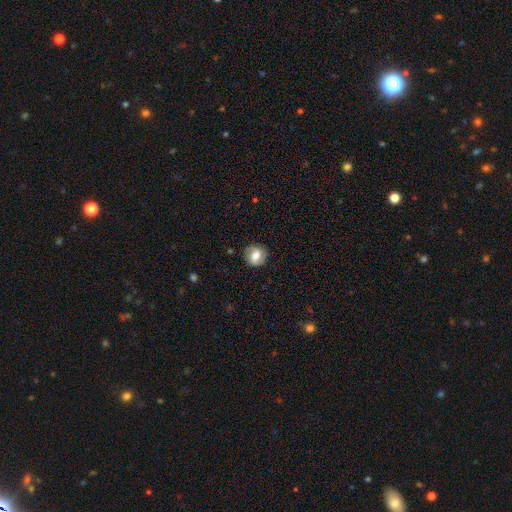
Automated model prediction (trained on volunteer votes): This appears to be a featured or disk galaxy (48%). Merging: none (81%).